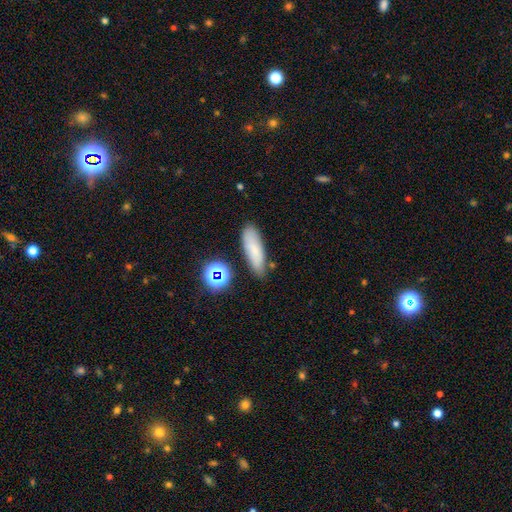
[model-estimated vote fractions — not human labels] A smooth galaxy with no disk features (71%) that is in between round and cigar-shaped (56%). Merging: none (73%).